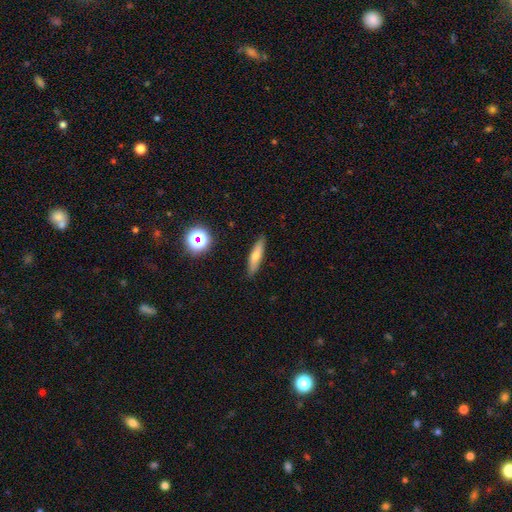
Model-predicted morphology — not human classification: Smooth or featured: smooth — 62% (featured or disk — 27%)
How rounded: cigar-shaped — 79% (in between — 18%)
Merging: none — 88% (minor disturbance — 8%)